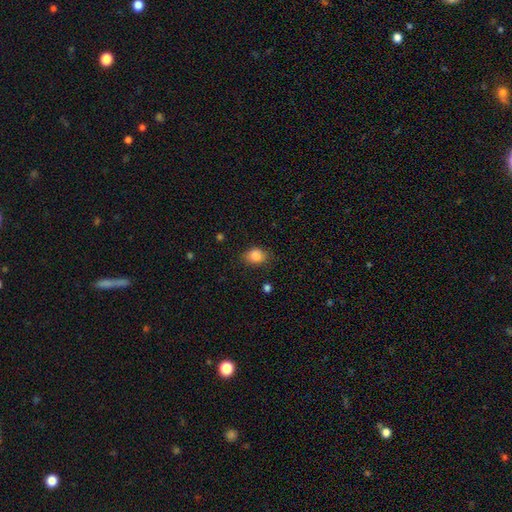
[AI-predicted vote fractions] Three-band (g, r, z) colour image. It shows a smooth galaxy with no disk features (86%) that is in between round and cigar-shaped (60%). Merging: none (73%).